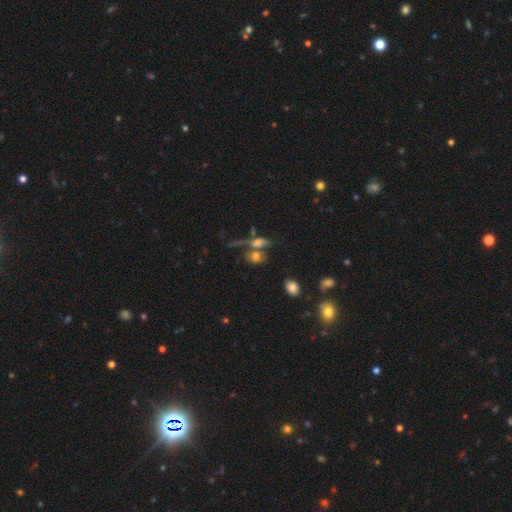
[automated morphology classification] A smooth galaxy with no disk features (62%) that is in between round and cigar-shaped (56%).

Vote fractions:
- Smooth or featured? smooth: 62% / featured or disk: 23% / star or artifact: 15%
- How rounded? in between: 56% / round: 39% / cigar-shaped: 5%
- Merging? merger: 46% / none: 29% / major disturbance: 13% / minor disturbance: 11%